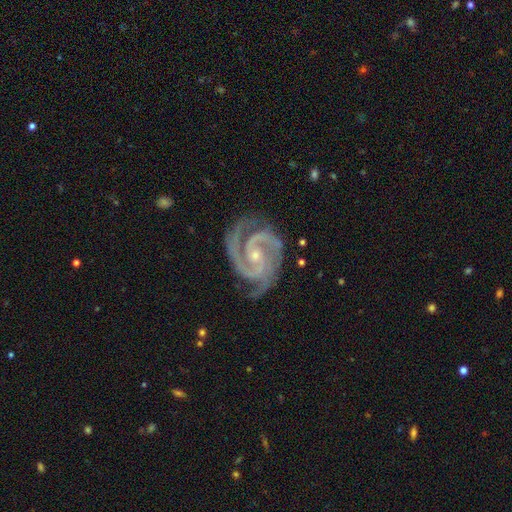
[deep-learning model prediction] This appears to be a featured or disk galaxy (94%) with no bar (55%), 2 (54%) tight (52%) spiral arms (99%) and a small central bulge (69%). Merging: none (75%).